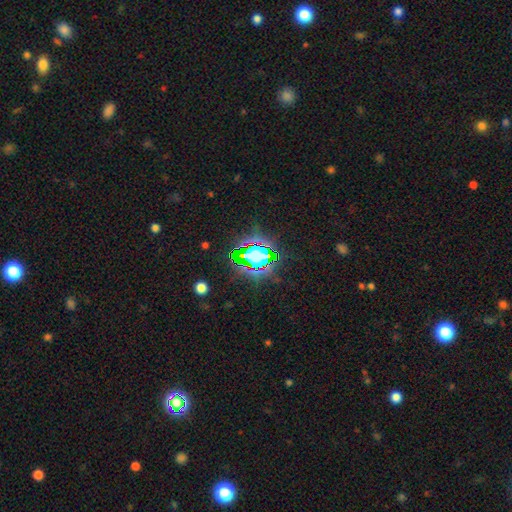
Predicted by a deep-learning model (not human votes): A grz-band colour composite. It shows a star or artifact, not a galaxy (65%).